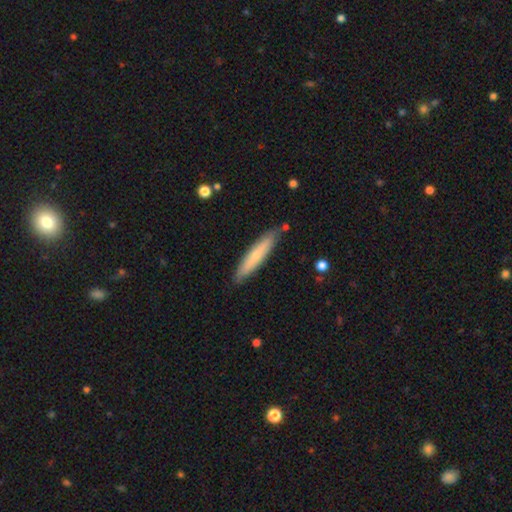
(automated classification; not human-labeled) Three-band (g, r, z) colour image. It shows a smooth galaxy with no disk features (64%) that is cigar-shaped (89%). Merging: none (85%).